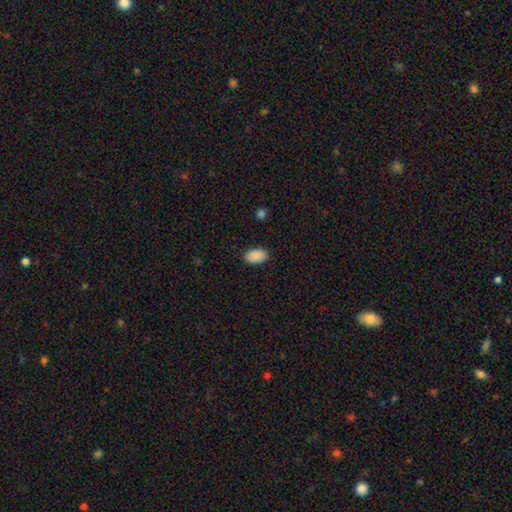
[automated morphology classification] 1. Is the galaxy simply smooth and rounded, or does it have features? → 91% smooth, 7% star or artifact, 2% featured or disk.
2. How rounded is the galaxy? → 93% in between, 6% round, 1% cigar-shaped.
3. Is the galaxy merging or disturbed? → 89% none, 8% minor disturbance, 2% major disturbance, 1% merger.